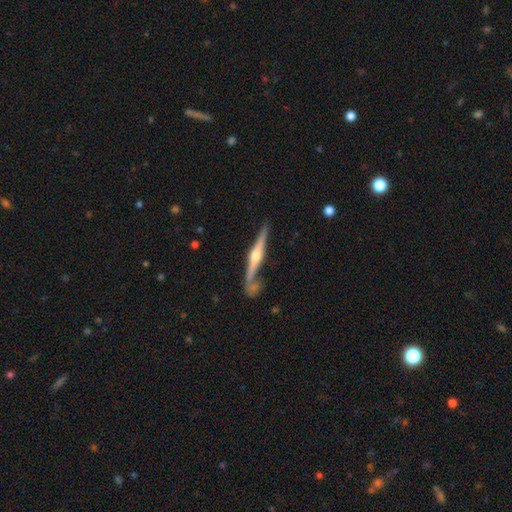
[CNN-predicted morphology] smooth_or_featured: featured or disk (p=0.81) [alt: smooth p=0.14]
disk_edge_on: yes (p=0.98) [alt: no p=0.02]
edge_on_bulge: rounded (p=0.92) [alt: boxy p=0.04]
merging: none (p=0.74) [alt: minor disturbance p=0.13]